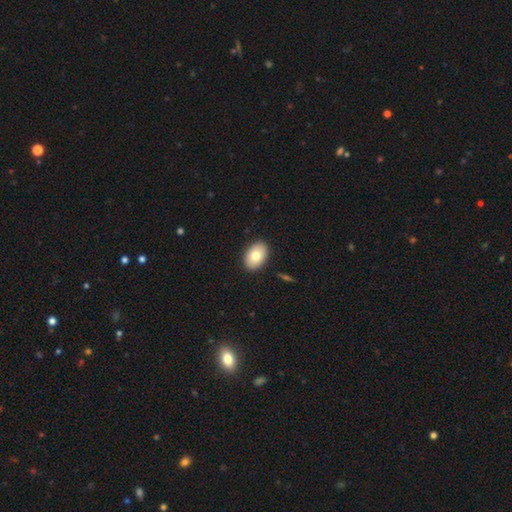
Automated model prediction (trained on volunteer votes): smooth_or_featured: smooth (p=0.77) [alt: featured or disk p=0.16]
how_rounded: in between (p=0.86) [alt: round p=0.13]
merging: none (p=0.90) [alt: minor disturbance p=0.07]